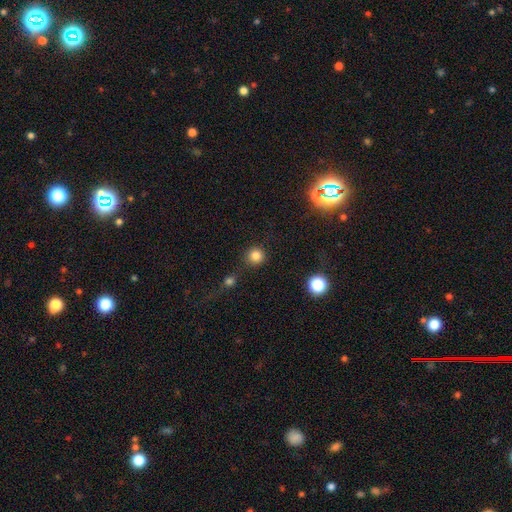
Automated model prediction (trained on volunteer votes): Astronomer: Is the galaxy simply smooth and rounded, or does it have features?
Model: smooth — 83%.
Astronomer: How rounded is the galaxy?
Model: round — 95%.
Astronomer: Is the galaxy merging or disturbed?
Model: none — 83%.